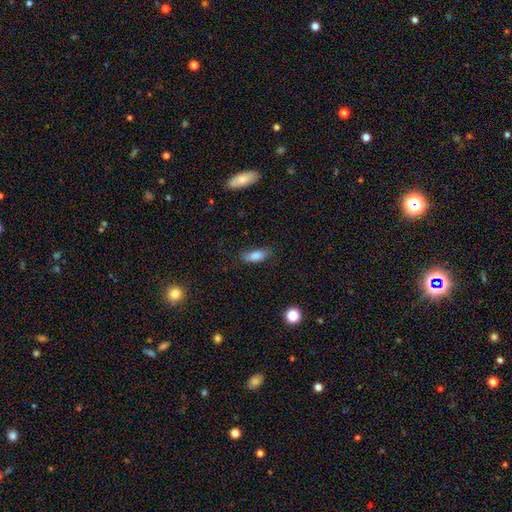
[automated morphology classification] smooth-or-featured: smooth: 84% | featured or disk: 8% | star or artifact: 8%
  how-rounded: in between: 80% | cigar-shaped: 17% | round: 3%
  merging: none: 71% | minor disturbance: 22% | major disturbance: 6% | merger: 2%